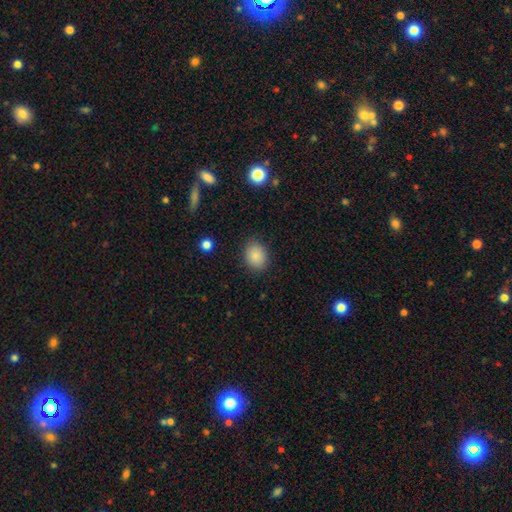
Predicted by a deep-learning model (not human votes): smooth_or_featured: smooth (p=0.87) [alt: star or artifact p=0.09]
how_rounded: in between (p=0.54) [alt: round p=0.45]
merging: none (p=0.85) [alt: minor disturbance p=0.11]